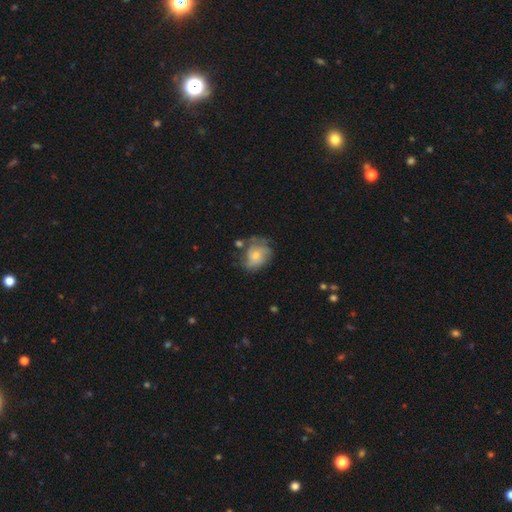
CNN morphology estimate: smooth-or-featured: smooth: 51% | featured or disk: 41% | star or artifact: 8%
  how-rounded: round: 54% | in between: 45% | cigar-shaped: 1%
  merging: none: 45% | minor disturbance: 30% | major disturbance: 18% | merger: 7%